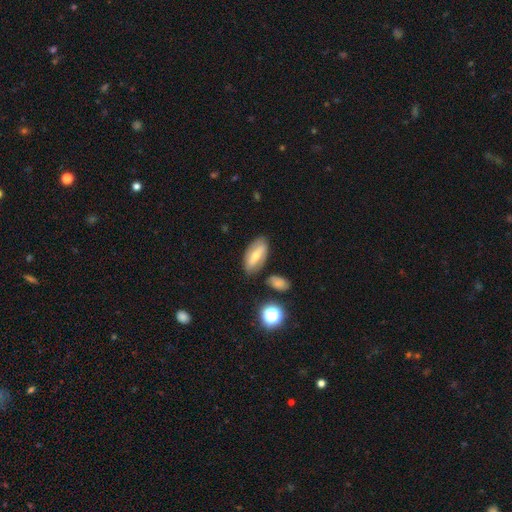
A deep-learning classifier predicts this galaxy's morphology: The model was most divided on "smooth or featured": smooth: 47%, featured or disk: 45%, star or artifact: 8%. More confident: merging — none (80%).